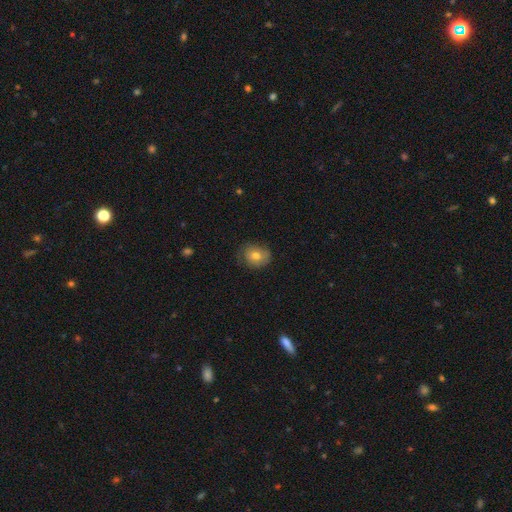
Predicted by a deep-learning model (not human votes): Morphology: type=smooth (72%); roundness=round (70%); merging=none (70%).